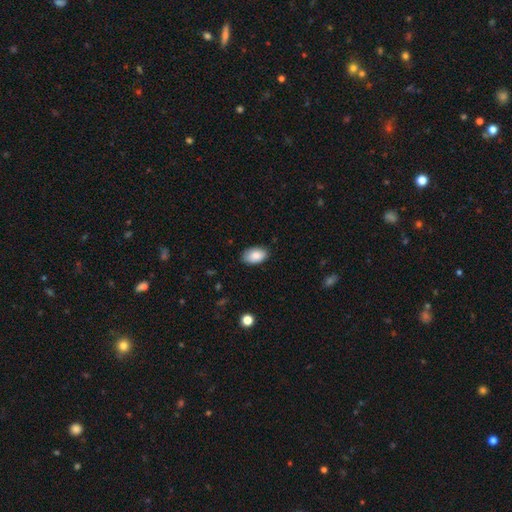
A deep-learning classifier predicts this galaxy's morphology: Q: Smooth or featured?
A: smooth (87%); runner-up: star or artifact (7%)
Q: How rounded?
A: in between (92%); runner-up: round (6%)
Q: Merging?
A: none (82%); runner-up: minor disturbance (15%)